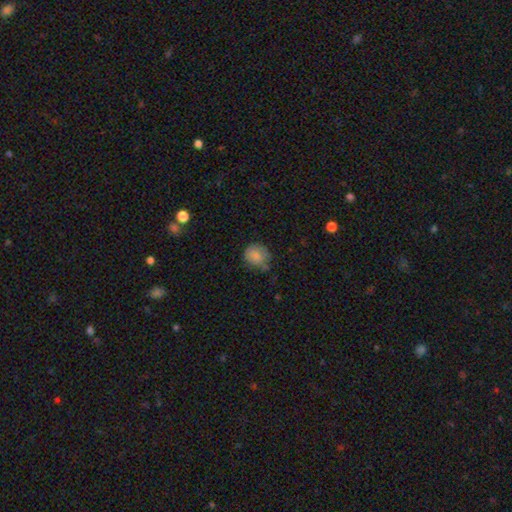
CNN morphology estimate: Overall: smooth (82%). How rounded: round (79%). Merging: none (60%; minor disturbance 28%).